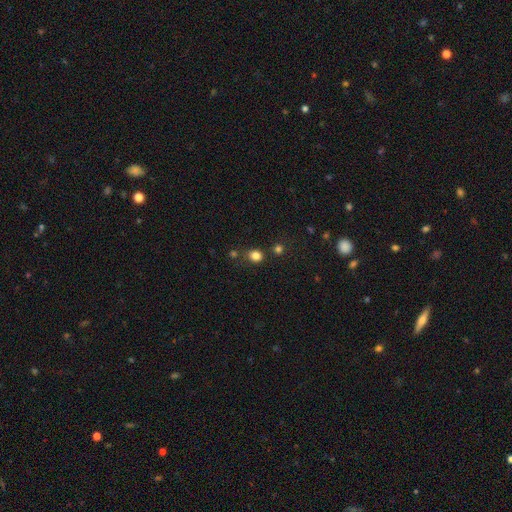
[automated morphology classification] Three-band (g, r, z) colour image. It shows a smooth galaxy with no disk features (81%) that is round (71%). Merging: none (74%).